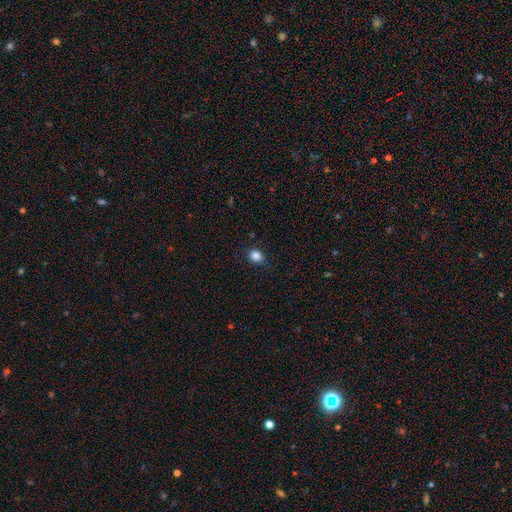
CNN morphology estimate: smooth_or_featured: smooth (p=0.86) [alt: star or artifact p=0.11]
how_rounded: round (p=0.55) [alt: in between p=0.44]
merging: none (p=0.85) [alt: minor disturbance p=0.11]